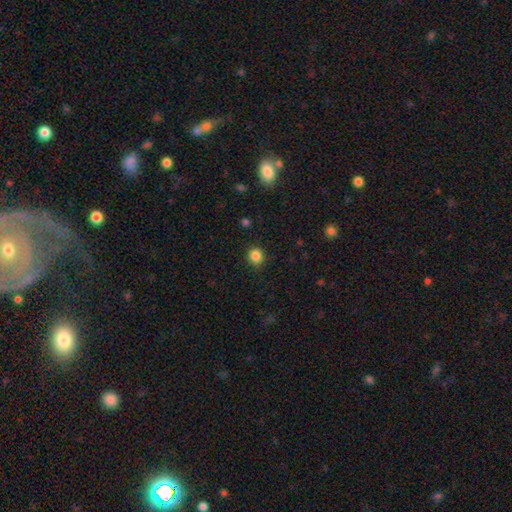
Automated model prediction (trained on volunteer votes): Morphology: type=smooth (85%); roundness=round (87%); merging=none (89%).